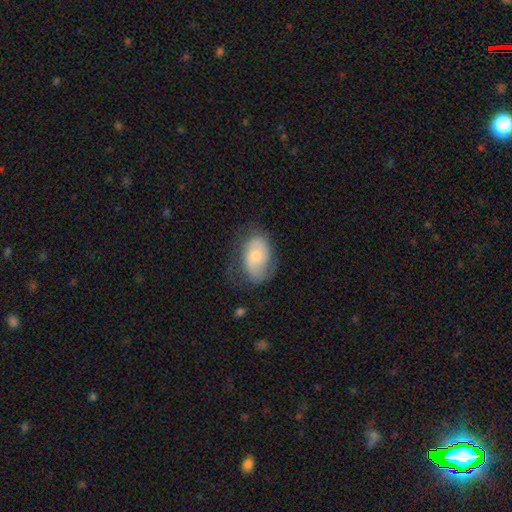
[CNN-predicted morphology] smooth_or_featured: smooth (p=0.51) [alt: featured or disk p=0.42]
how_rounded: in between (p=0.88) [alt: round p=0.11]
merging: none (p=0.58) [alt: minor disturbance p=0.26]